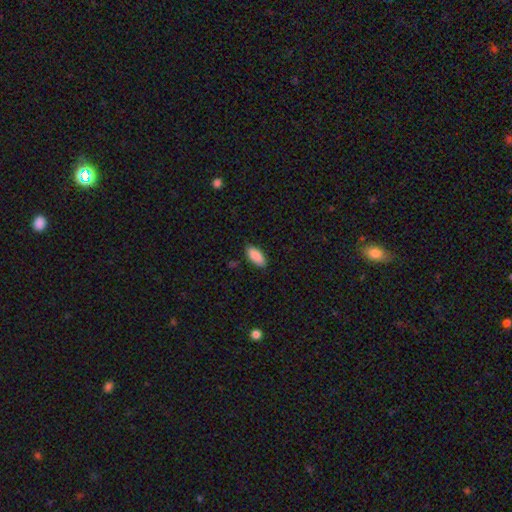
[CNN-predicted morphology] smooth 89%, star or artifact 6%, featured or disk 5%. Down the decision tree: how rounded — in between (89%); merging — none (86%).